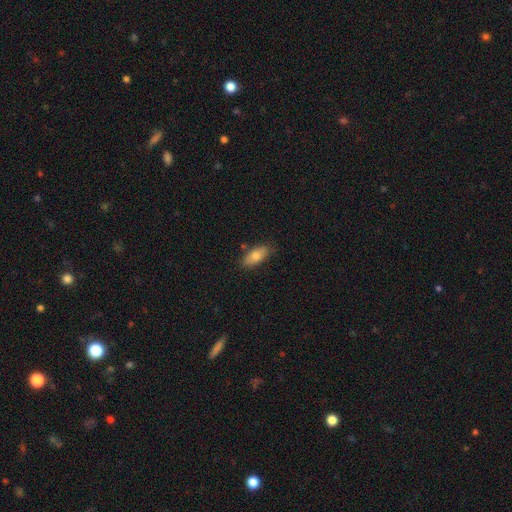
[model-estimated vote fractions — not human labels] Q: Smooth or featured?
A: smooth (74%); runner-up: featured or disk (19%)
Q: How rounded?
A: in between (79%); runner-up: cigar-shaped (18%)
Q: Merging?
A: none (80%); runner-up: minor disturbance (15%)